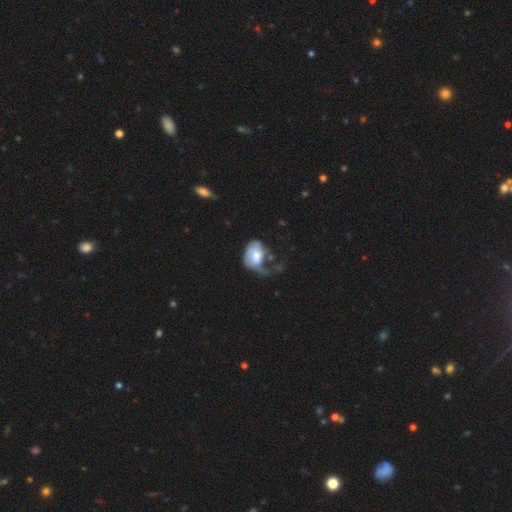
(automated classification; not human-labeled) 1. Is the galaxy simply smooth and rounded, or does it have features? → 47% featured or disk, 46% smooth, 6% star or artifact.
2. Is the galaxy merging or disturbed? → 58% major disturbance, 18% none, 17% minor disturbance, 6% merger.